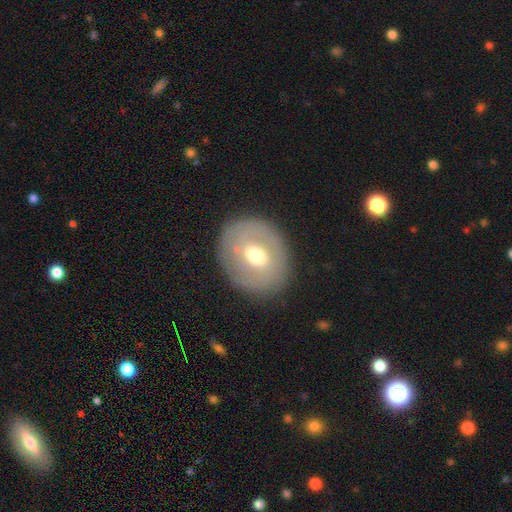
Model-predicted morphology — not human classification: This is possibly a featured or disk galaxy (49%). Merging: clearly none (82%).